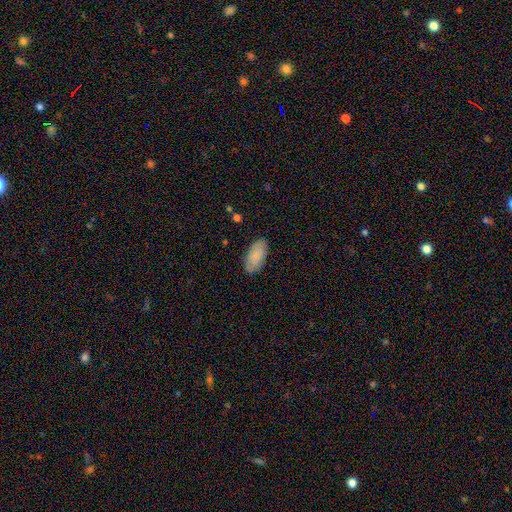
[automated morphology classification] This is clearly a smooth galaxy (85%). How rounded: clearly in between (94%). Merging: clearly none (85%).